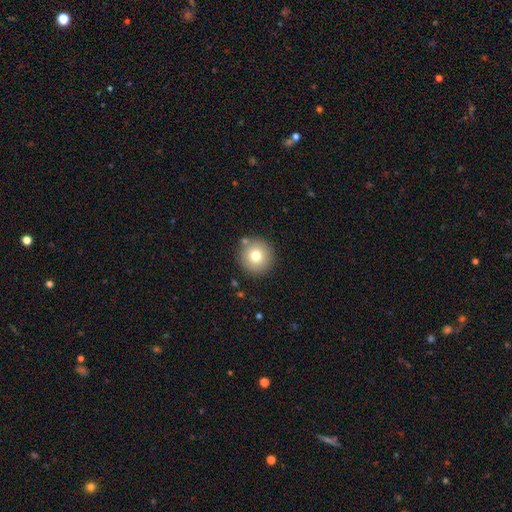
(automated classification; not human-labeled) Smooth or featured? Predicted: smooth (p=0.76). How rounded? Predicted: round (p=0.96). Merging? Predicted: none (p=0.85).